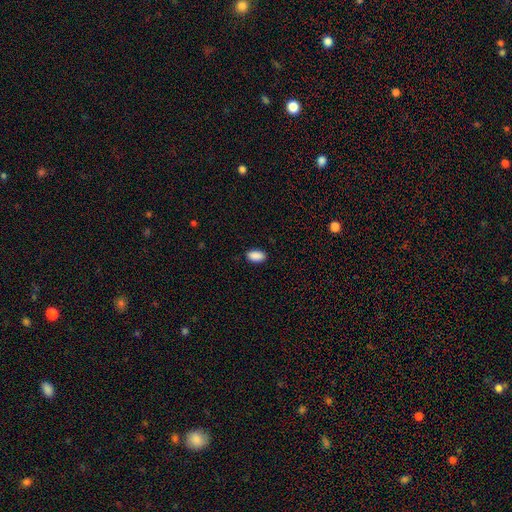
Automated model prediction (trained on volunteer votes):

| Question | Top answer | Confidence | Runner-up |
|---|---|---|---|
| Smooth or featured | smooth | 90% | star or artifact (7%) |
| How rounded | in between | 94% | round (4%) |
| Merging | none | 87% | minor disturbance (10%) |